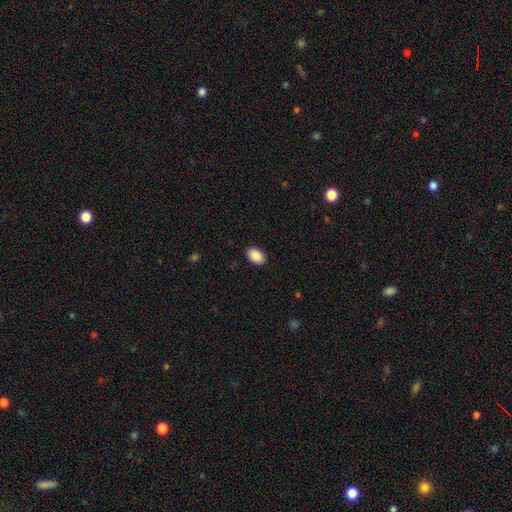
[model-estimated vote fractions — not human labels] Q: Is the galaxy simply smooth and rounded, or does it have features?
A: smooth — 91%.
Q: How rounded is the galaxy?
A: in between — 88%.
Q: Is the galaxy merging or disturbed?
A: none — 89%.